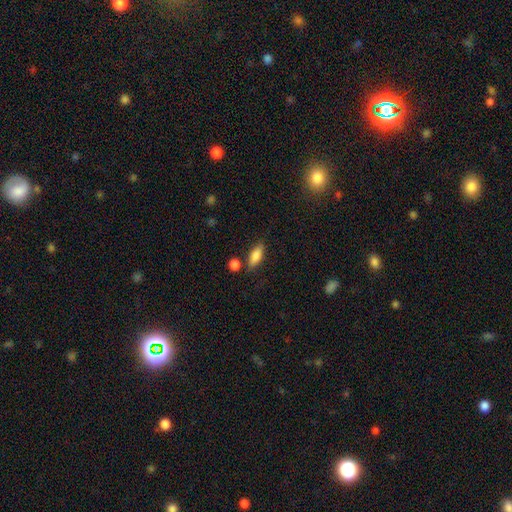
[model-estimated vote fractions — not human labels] Smooth or featured? Predicted: smooth (p=0.80). How rounded? Predicted: in between (p=0.70). Merging? Predicted: none (p=0.75).